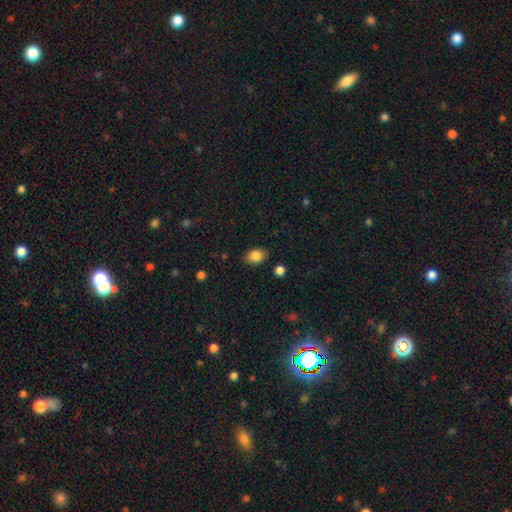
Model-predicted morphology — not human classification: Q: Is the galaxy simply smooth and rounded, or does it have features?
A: smooth — 85%.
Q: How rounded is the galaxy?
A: in between — 73%.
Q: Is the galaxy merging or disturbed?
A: none — 84%.